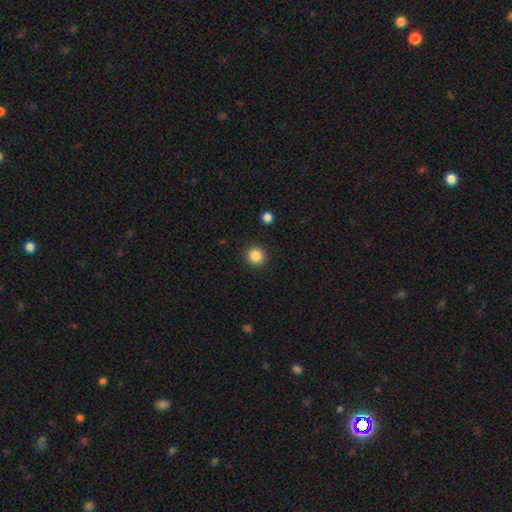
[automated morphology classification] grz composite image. It shows a smooth galaxy with no disk features (86%) that is round (92%). Merging: none (92%).